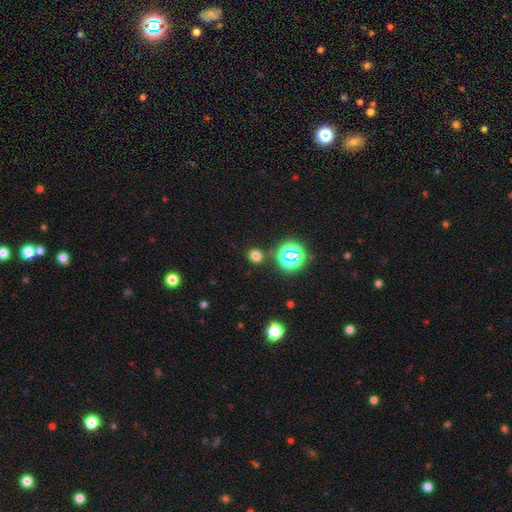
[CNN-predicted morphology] Smooth or featured? Predicted: smooth (p=0.69). How rounded? Predicted: round (p=0.80). Merging? Predicted: none (p=0.85).